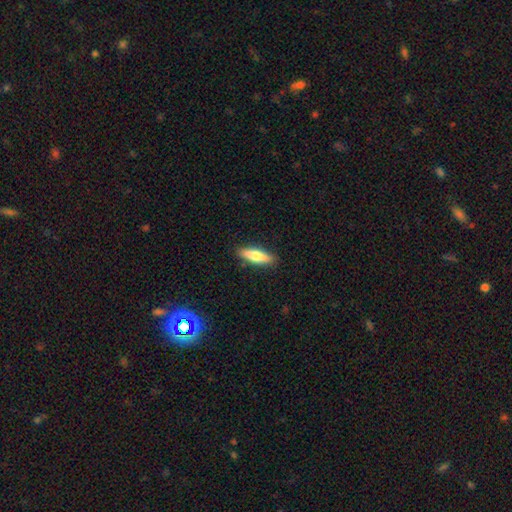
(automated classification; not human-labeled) smooth-or-featured: smooth: 64% | featured or disk: 30% | star or artifact: 6%
  how-rounded: cigar-shaped: 61% | in between: 37% | round: 2%
  merging: none: 89% | minor disturbance: 8% | major disturbance: 2% | merger: 1%